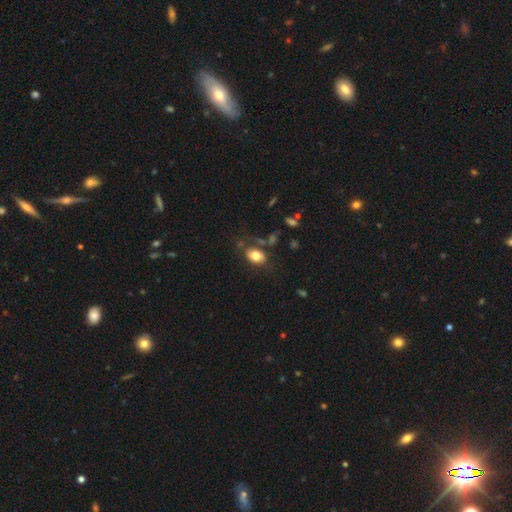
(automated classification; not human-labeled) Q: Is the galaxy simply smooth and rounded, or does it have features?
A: smooth — 78%.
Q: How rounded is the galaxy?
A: in between — 83%.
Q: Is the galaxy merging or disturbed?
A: none — 69%.